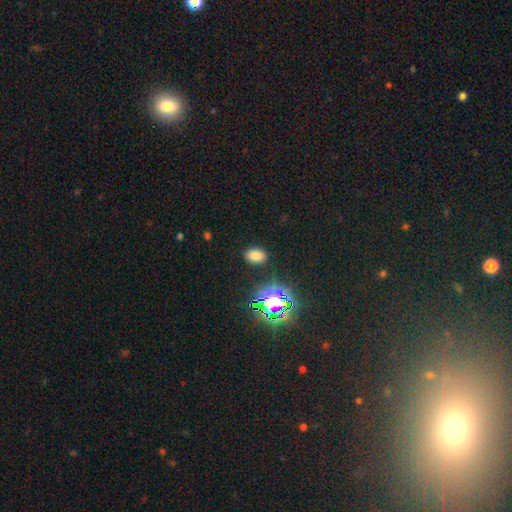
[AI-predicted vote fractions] Smooth or featured? smooth (73%)
How rounded? in between (82%)
Merging? none (87%)